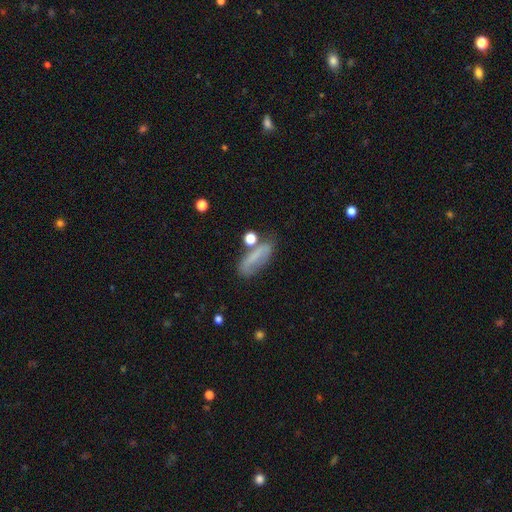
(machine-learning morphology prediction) A smooth galaxy with no disk features (62%) that is in between round and cigar-shaped (51%).

Vote fractions:
- Smooth or featured? smooth: 62% / featured or disk: 26% / star or artifact: 11%
- How rounded? in between: 51% / cigar-shaped: 44% / round: 6%
- Merging? none: 55% / minor disturbance: 23% / major disturbance: 12% / merger: 10%